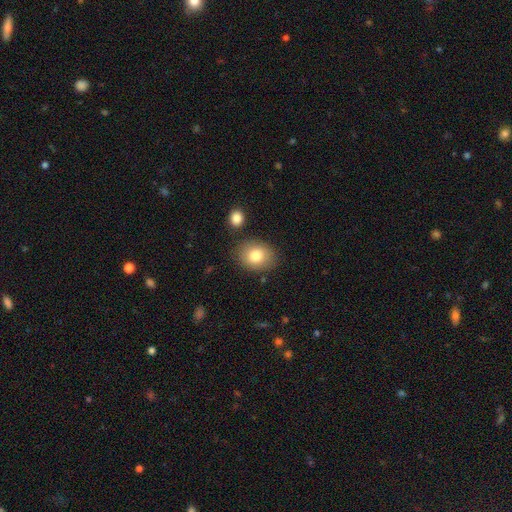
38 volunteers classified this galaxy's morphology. Volunteers were most divided on "how rounded": in between: 73%, round: 27%, cigar-shaped: 0%. More confident: merging — none (89%); smooth or featured — smooth (87%).